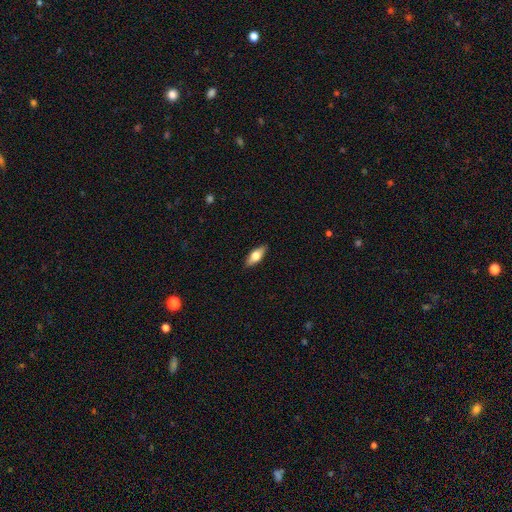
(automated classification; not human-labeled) smooth 59%, featured or disk 35%, star or artifact 6%. Down the decision tree: how rounded — in between (72%); merging — none (89%).